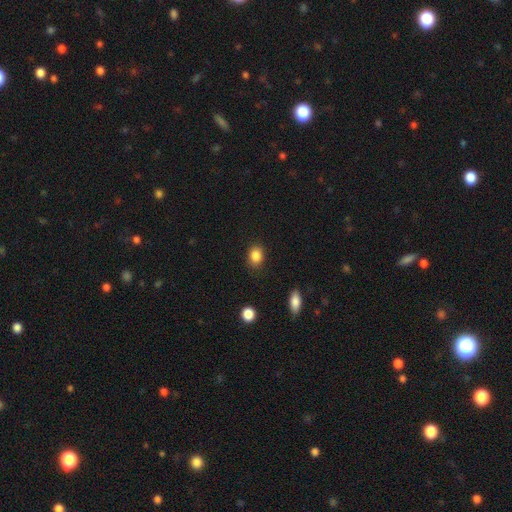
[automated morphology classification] Smooth or featured? smooth (86%)
How rounded? in between (55%)
Merging? none (84%)